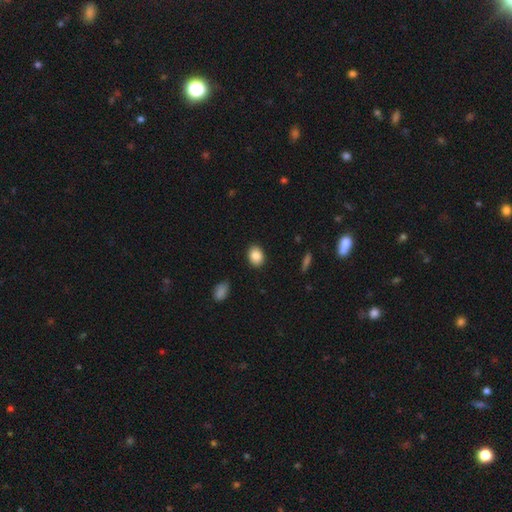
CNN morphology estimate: This appears to be a smooth galaxy with no disk features (88%) that is in between round and cigar-shaped (68%). Merging: none (87%).